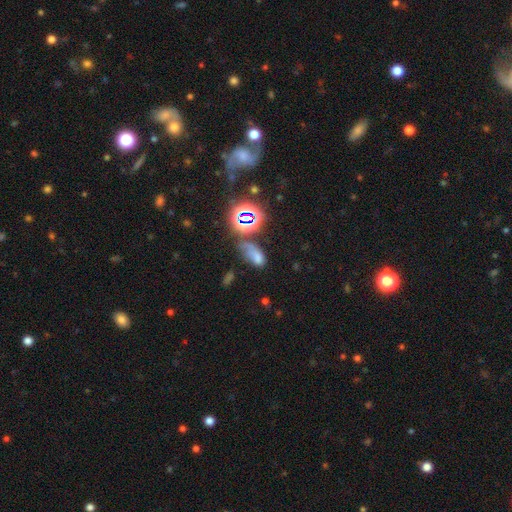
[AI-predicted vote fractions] smooth 52%, star or artifact 32%, featured or disk 15%. Down the decision tree: how rounded — in between (80%); merging — none (32%).